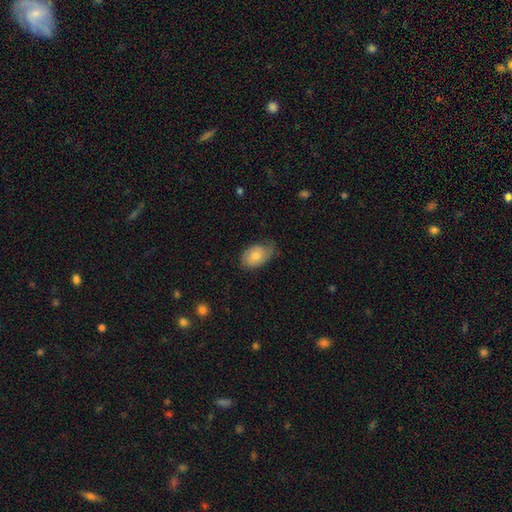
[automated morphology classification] This is likely a smooth galaxy (69%). How rounded: clearly in between (87%). Merging: possibly none (54%).